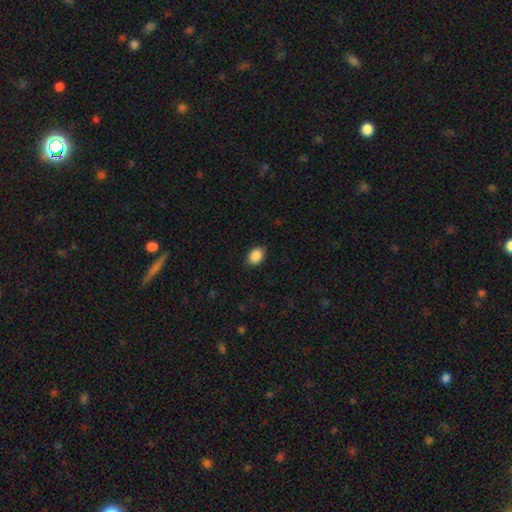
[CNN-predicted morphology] Overall: smooth (89%). How rounded: in between (75%). Merging: none (87%).